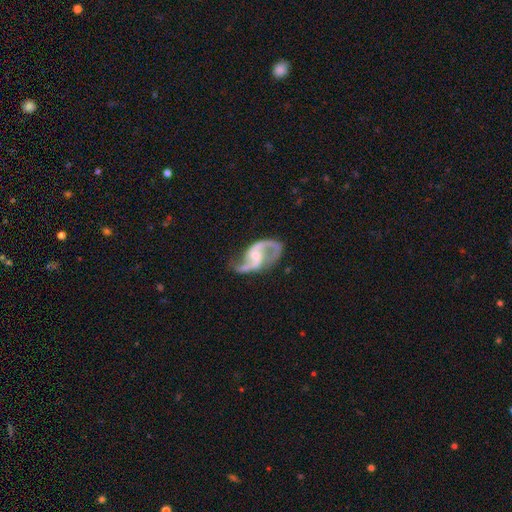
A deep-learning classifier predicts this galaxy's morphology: smooth-or-featured: featured or disk: 92% | star or artifact: 4% | smooth: 4%
  disk-edge-on: no: 98% | yes: 2%
    bar: weak: 42% | no: 41% | strong: 17%
    has-spiral-arms: yes: 97% | no: 3%
      spiral-winding: loose: 54% | medium: 39% | tight: 7%
      spiral-arm-count: 2: 93% | 1: 2% | can't tell: 2% | 3: 1% | 4: 1% | more than 4: 1%
    bulge-size: small: 61% | moderate: 32% | none: 5% | large: 2% | dominant: 1%
  merging: none: 68% | minor disturbance: 17% | major disturbance: 11% | merger: 3%